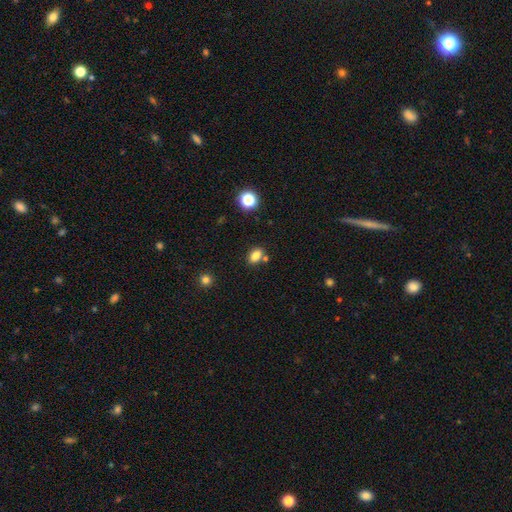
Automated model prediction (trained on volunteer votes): Smooth or featured: smooth — 82% (star or artifact — 11%)
How rounded: in between — 81% (round — 17%)
Merging: none — 72% (merger — 13%)